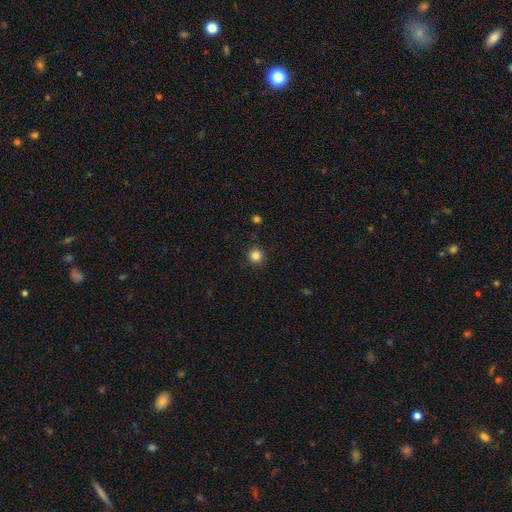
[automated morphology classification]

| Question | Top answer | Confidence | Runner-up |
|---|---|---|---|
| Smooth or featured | smooth | 84% | star or artifact (12%) |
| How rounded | round | 94% | in between (5%) |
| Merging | none | 92% | minor disturbance (5%) |